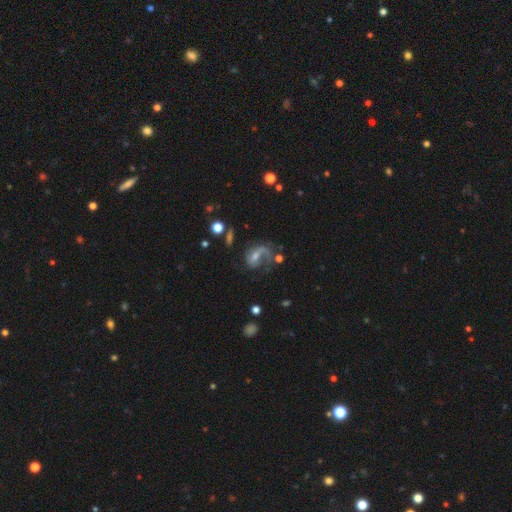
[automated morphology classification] smooth_or_featured: featured or disk (p=0.67) [alt: smooth p=0.23]
disk_edge_on: no (p=0.97) [alt: yes p=0.03]
bar: no (p=0.44) [alt: weak p=0.41]
has_spiral_arms: yes (p=0.83) [alt: no p=0.17]
spiral_winding: loose (p=0.50) [alt: medium p=0.35]
spiral_arm_count: 1 (p=0.68) [alt: 2 p=0.21]
bulge_size: small (p=0.42) [alt: moderate p=0.39]
merging: major disturbance (p=0.40) [alt: none p=0.35]